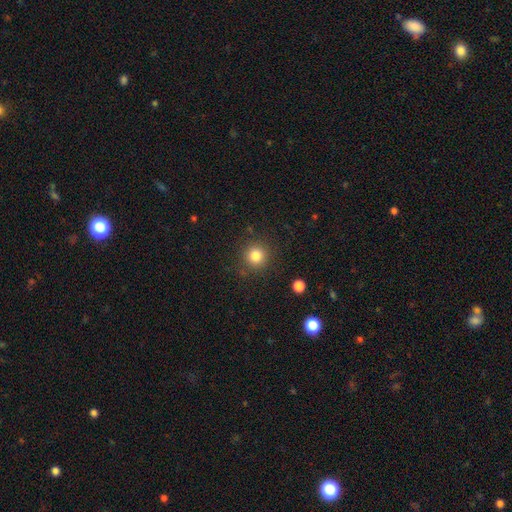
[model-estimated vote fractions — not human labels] This is clearly a smooth galaxy (83%). How rounded: clearly round (94%). Merging: clearly none (88%).